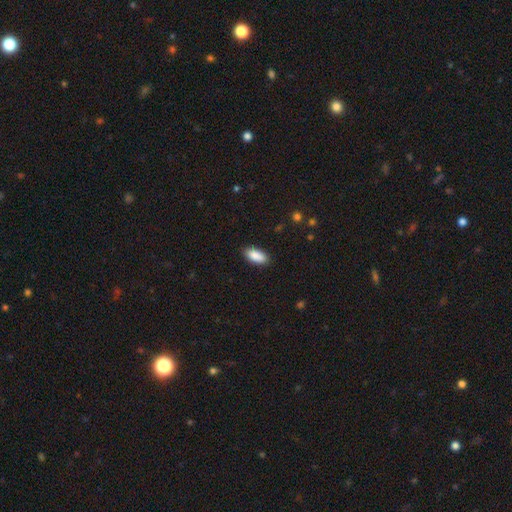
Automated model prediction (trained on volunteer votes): A smooth galaxy with no disk features (89%) that is in between round and cigar-shaped (88%). Merging: none (87%).